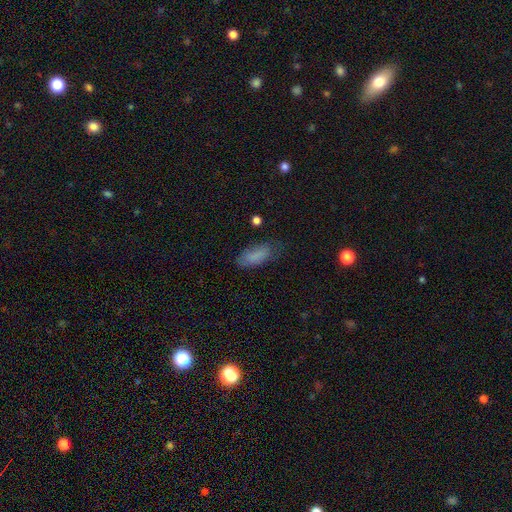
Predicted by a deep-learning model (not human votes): smooth_or_featured: smooth (p=0.81) [alt: featured or disk p=0.10]
how_rounded: in between (p=0.80) [alt: cigar-shaped p=0.17]
merging: none (p=0.62) [alt: minor disturbance p=0.27]